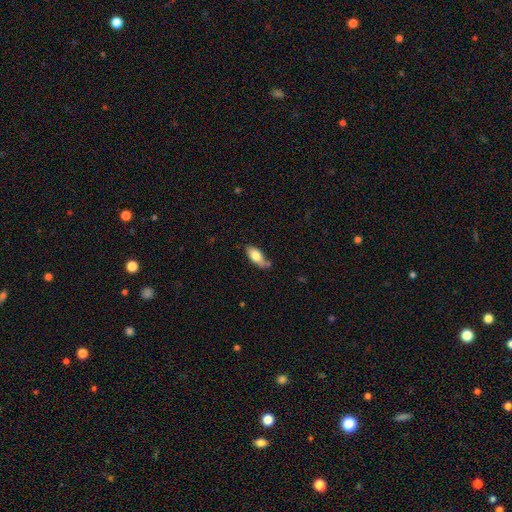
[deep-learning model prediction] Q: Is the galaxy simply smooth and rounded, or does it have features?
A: smooth — 77%.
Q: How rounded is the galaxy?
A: in between — 84%.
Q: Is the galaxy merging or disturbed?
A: none — 57%.